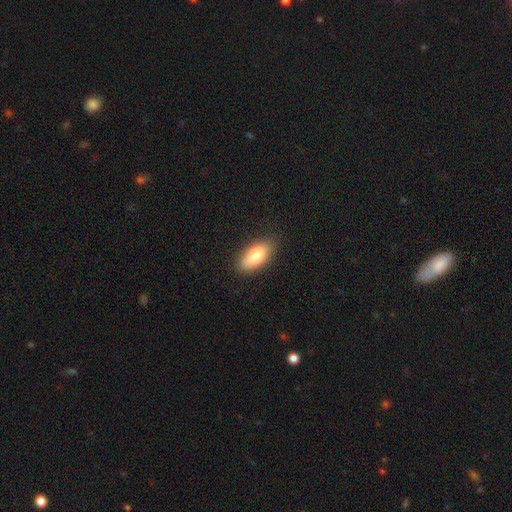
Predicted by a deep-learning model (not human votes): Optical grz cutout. It shows a smooth galaxy with no disk features (86%) that is in between round and cigar-shaped (89%). Merging: none (83%).